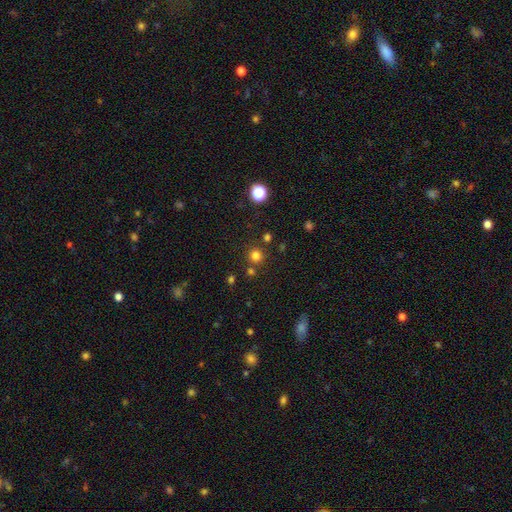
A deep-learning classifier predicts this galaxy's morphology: This appears to be a smooth galaxy with no disk features (77%) that is round (93%). Merging: none (82%).